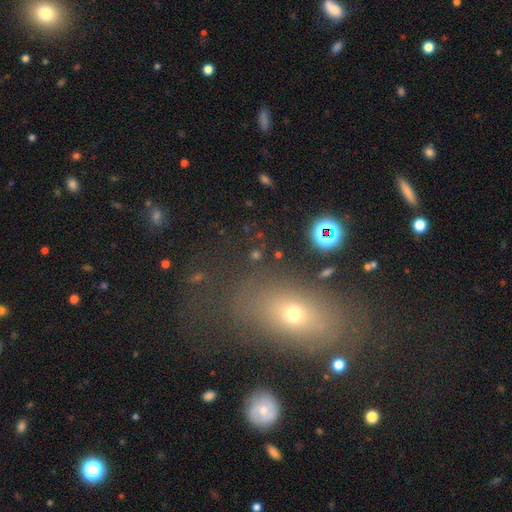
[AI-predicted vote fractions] This is possibly a smooth galaxy (49%). Merging: likely none (69%).